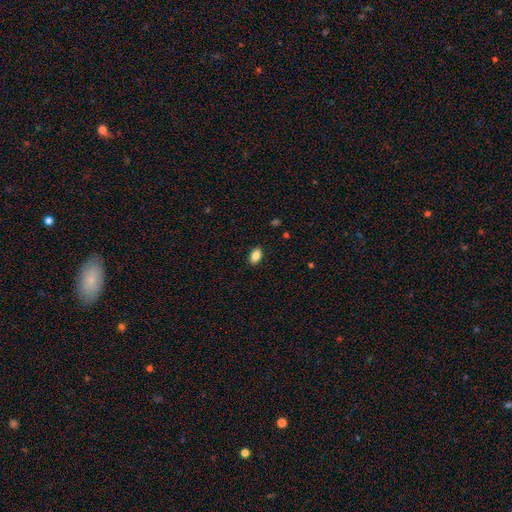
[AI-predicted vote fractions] Smooth or featured? Predicted: smooth (p=0.86). How rounded? Predicted: in between (p=0.90). Merging? Predicted: none (p=0.88).